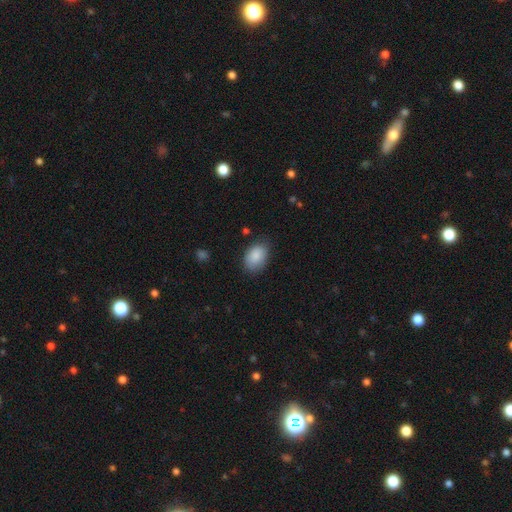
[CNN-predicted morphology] Overall: smooth (87%). How rounded: in between (81%). Merging: none (74%).